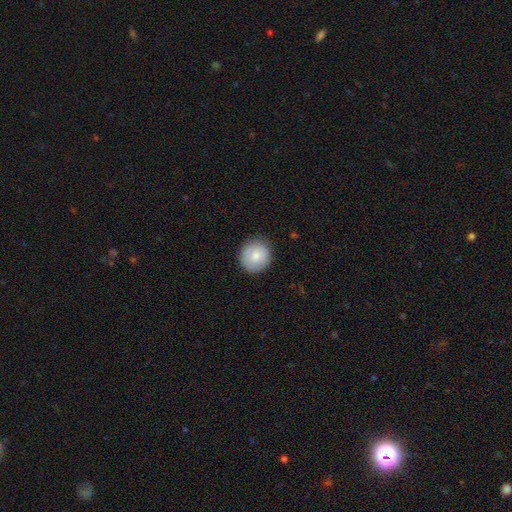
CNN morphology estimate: smooth_or_featured: smooth (p=0.79) [alt: featured or disk p=0.14]
how_rounded: round (p=0.89) [alt: in between p=0.10]
merging: none (p=0.85) [alt: minor disturbance p=0.12]